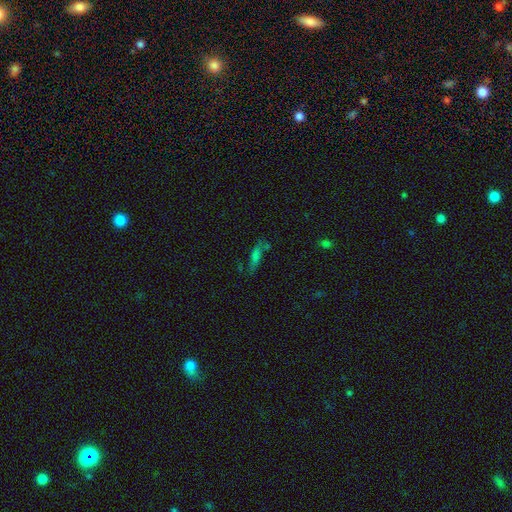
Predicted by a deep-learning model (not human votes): Q: Smooth or featured?
A: smooth (52%); runner-up: featured or disk (28%)
Q: How rounded?
A: cigar-shaped (58%); runner-up: in between (38%)
Q: Merging?
A: none (66%); runner-up: minor disturbance (18%)